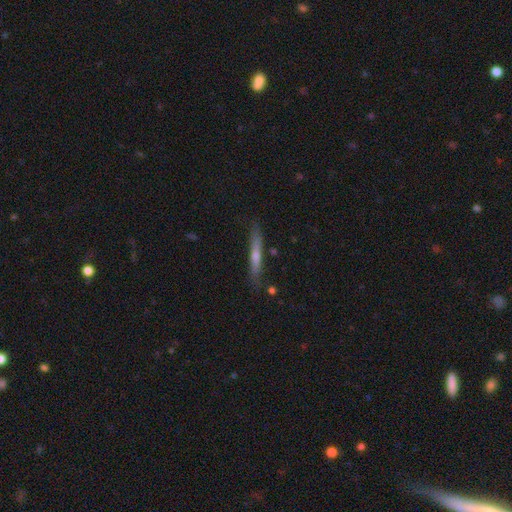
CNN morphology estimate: The model was most divided on "smooth or featured": featured or disk: 47%, smooth: 46%, star or artifact: 7%. More confident: merging — none (82%).